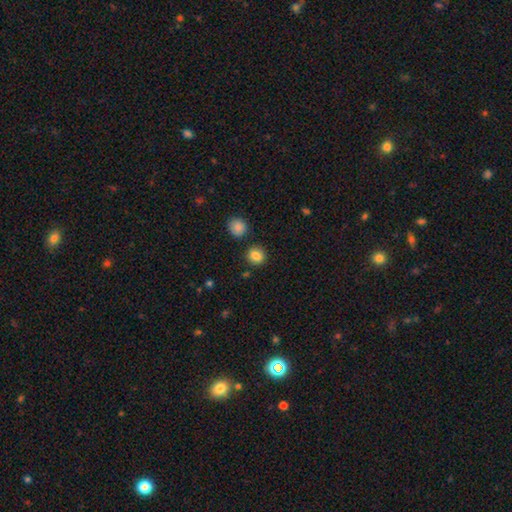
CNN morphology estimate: smooth_or_featured: smooth (p=0.85) [alt: star or artifact p=0.11]
how_rounded: round (p=0.83) [alt: in between p=0.16]
merging: none (p=0.85) [alt: minor disturbance p=0.08]